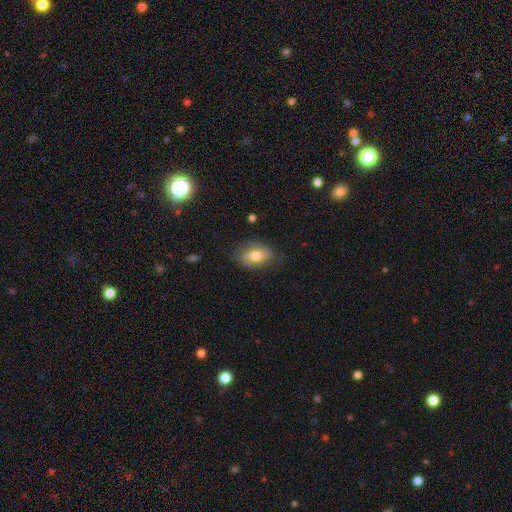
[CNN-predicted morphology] smooth-or-featured: smooth: 71% | featured or disk: 21% | star or artifact: 7%
  how-rounded: in between: 85% | round: 13% | cigar-shaped: 2%
  merging: none: 76% | minor disturbance: 18% | major disturbance: 5% | merger: 1%